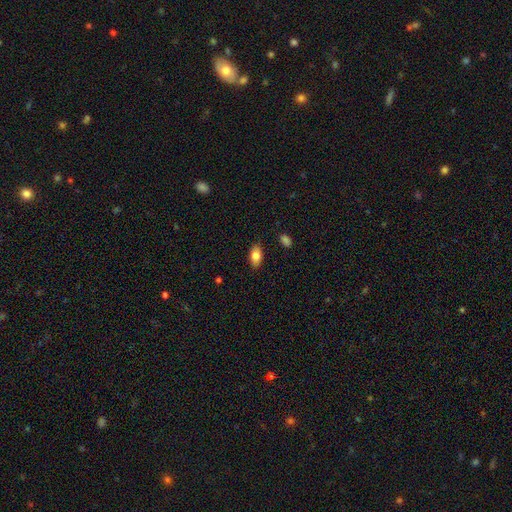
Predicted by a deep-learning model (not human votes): smooth_or_featured: smooth (p=0.80) [alt: featured or disk p=0.13]
how_rounded: in between (p=0.90) [alt: cigar-shaped p=0.05]
merging: none (p=0.86) [alt: minor disturbance p=0.10]